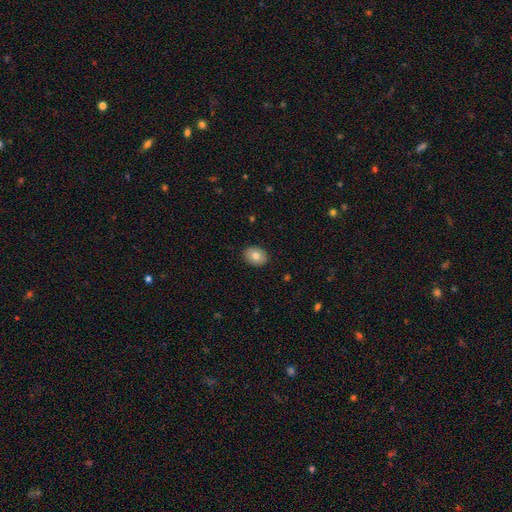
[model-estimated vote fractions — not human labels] smooth_or_featured: smooth (p=0.80) [alt: featured or disk p=0.12]
how_rounded: in between (p=0.65) [alt: round p=0.34]
merging: none (p=0.90) [alt: minor disturbance p=0.07]